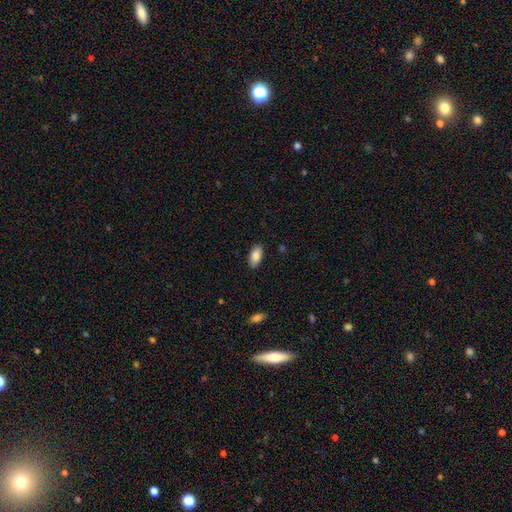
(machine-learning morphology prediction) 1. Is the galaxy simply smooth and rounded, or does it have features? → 86% smooth, 7% featured or disk, 6% star or artifact.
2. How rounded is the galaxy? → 92% in between, 5% cigar-shaped, 2% round.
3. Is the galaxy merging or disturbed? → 87% none, 10% minor disturbance, 2% major disturbance, 1% merger.